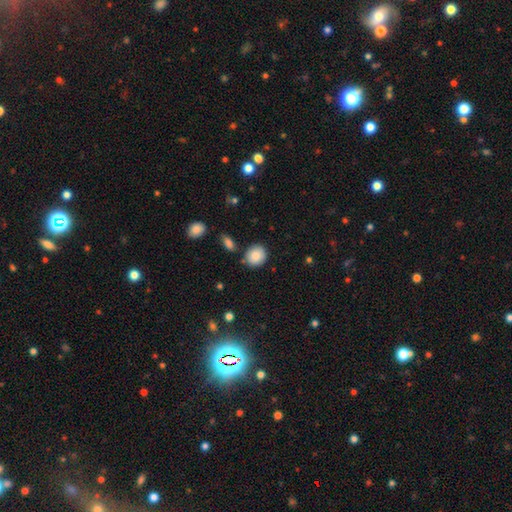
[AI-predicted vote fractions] Overall: smooth (87%). How rounded: round (83%). Merging: none (82%).